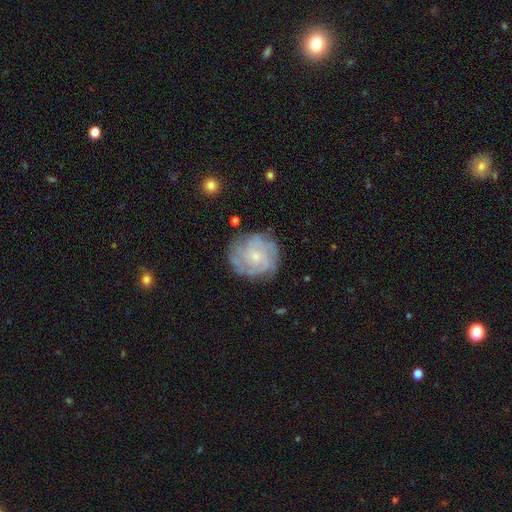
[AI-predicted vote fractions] Overall: featured or disk (79%). Edge-on disk: no (98%). Bar: no (78%). Spiral arms: yes (93%). Spiral arm count: can't tell (35%; 3 21%). Spiral winding: tight (69%). Bulge size: small (80%). Merging: none (77%).